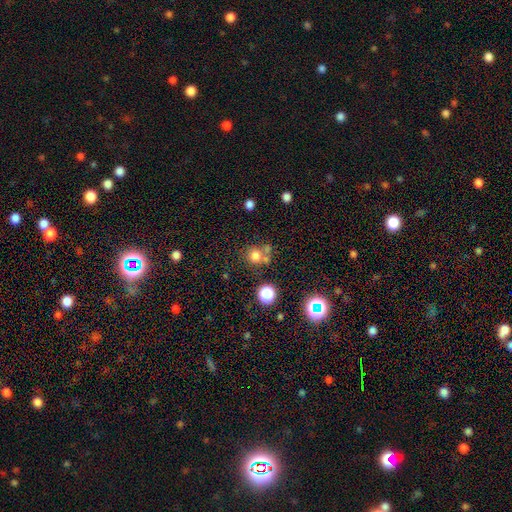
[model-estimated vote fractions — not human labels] smooth 73%, star or artifact 18%, featured or disk 9%. Down the decision tree: how rounded — round (87%); merging — none (59%).